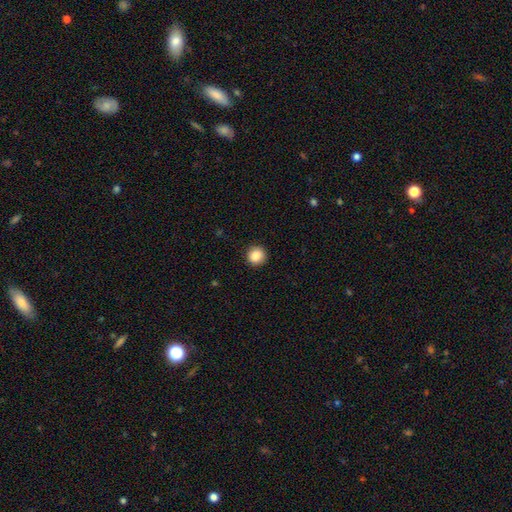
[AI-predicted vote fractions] Smooth or featured?
  - smooth: 88% *
  - star or artifact: 9%
  - featured or disk: 3%
How rounded?
  - round: 93% *
  - in between: 6%
  - cigar-shaped: 1%
Merging?
  - none: 91% *
  - minor disturbance: 6%
  - major disturbance: 2%
  - merger: 1%